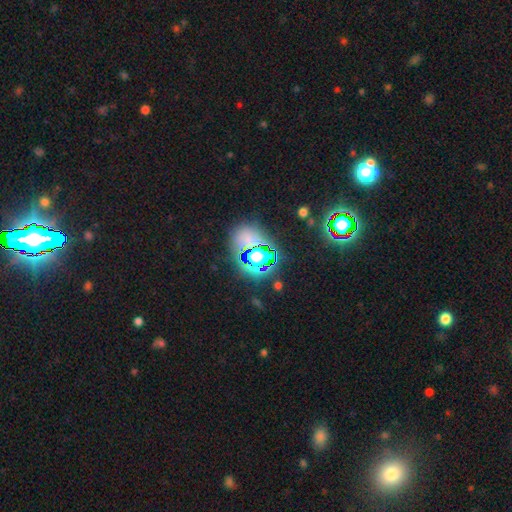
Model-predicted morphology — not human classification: smooth-or-featured: star or artifact: 56% | smooth: 32% | featured or disk: 11%